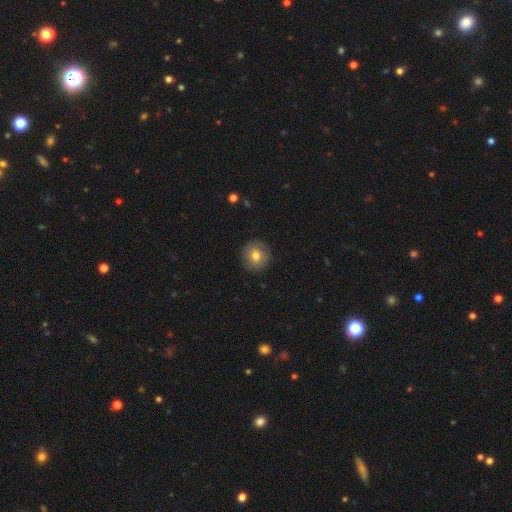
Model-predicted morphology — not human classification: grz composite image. It shows a smooth galaxy with no disk features (75%) that is round (91%). Merging: none (89%).